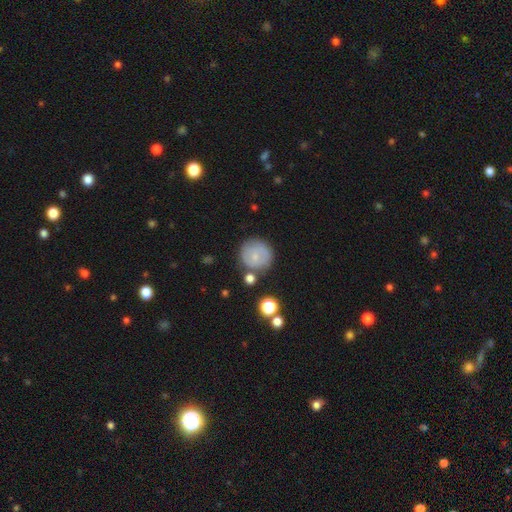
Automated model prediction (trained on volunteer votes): This is likely a smooth galaxy (62%). How rounded: clearly round (92%). Merging: likely none (76%).